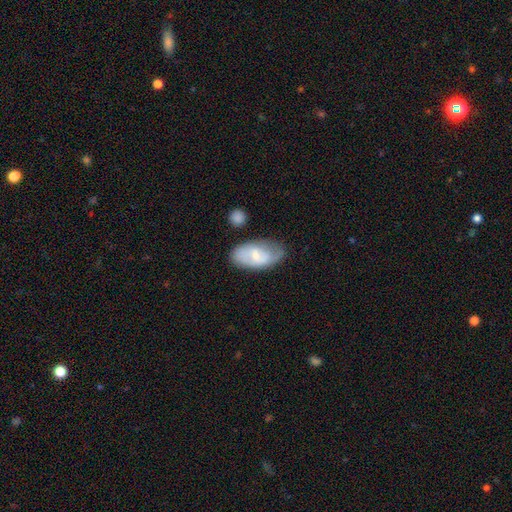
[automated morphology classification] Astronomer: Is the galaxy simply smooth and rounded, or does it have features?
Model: smooth — 53% (runner-up: featured or disk, 41%).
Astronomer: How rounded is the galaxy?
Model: in between — 93%.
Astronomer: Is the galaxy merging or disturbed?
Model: none — 60%.